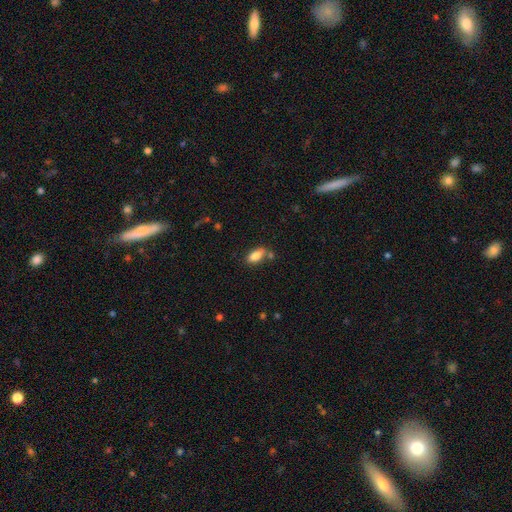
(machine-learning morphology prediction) Smooth or featured? Predicted: smooth (p=0.85). How rounded? Predicted: in between (p=0.87). Merging? Predicted: none (p=0.67).